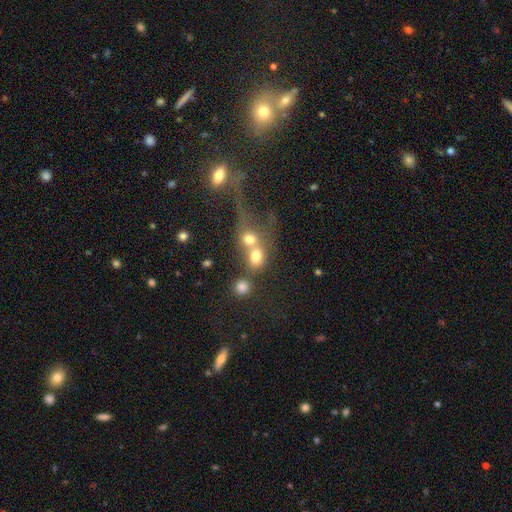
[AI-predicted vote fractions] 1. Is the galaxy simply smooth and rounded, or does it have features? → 67% smooth, 17% featured or disk, 16% star or artifact.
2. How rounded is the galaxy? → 69% round, 28% in between, 2% cigar-shaped.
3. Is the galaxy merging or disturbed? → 60% merger, 26% none, 8% major disturbance, 6% minor disturbance.